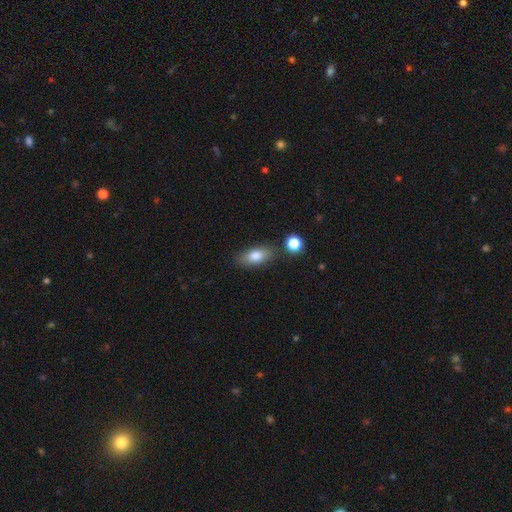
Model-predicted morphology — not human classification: Q: Smooth or featured?
A: smooth (79%); runner-up: featured or disk (14%)
Q: How rounded?
A: in between (83%); runner-up: cigar-shaped (12%)
Q: Merging?
A: none (79%); runner-up: minor disturbance (12%)